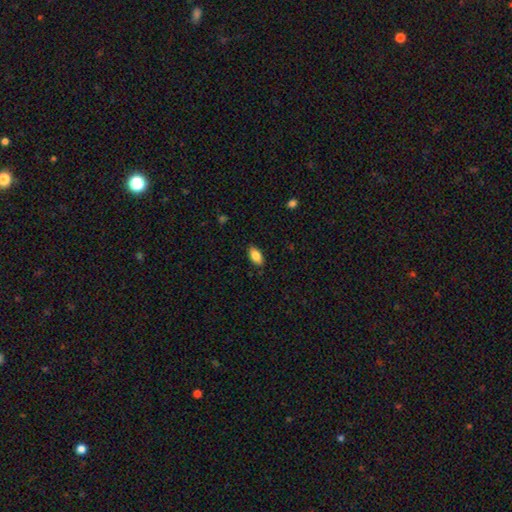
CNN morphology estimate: smooth 84%, featured or disk 9%, star or artifact 7%. Down the decision tree: how rounded — in between (91%); merging — none (87%).